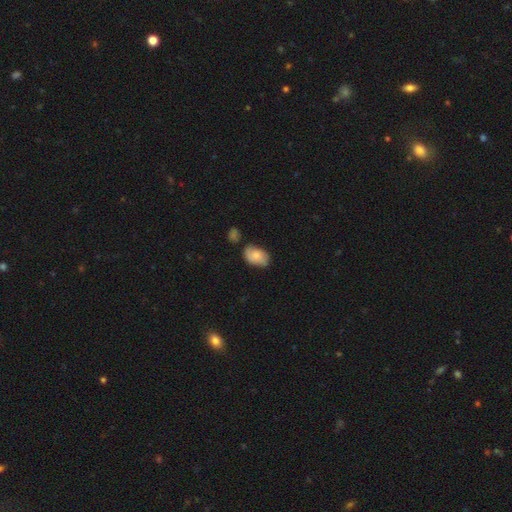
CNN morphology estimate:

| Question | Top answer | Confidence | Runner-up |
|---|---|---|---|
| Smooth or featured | smooth | 69% | featured or disk (24%) |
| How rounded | in between | 88% | round (11%) |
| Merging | none | 58% | minor disturbance (28%) |